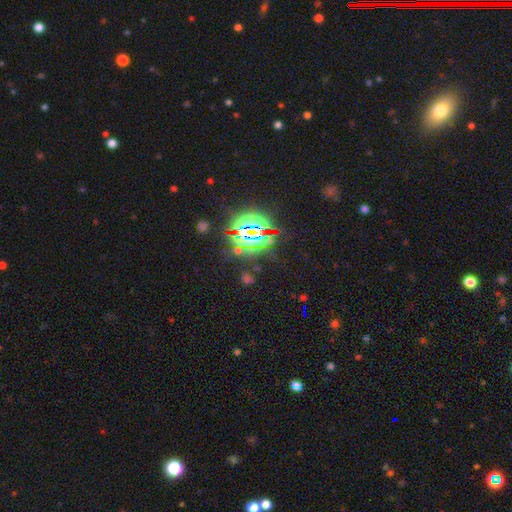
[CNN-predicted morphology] Smooth or featured? star or artifact (85%)